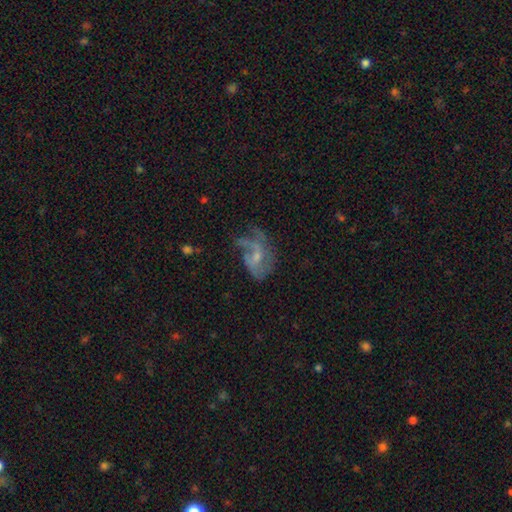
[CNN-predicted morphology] Smooth or featured? Predicted: featured or disk (p=0.69). Edge-on disk? Predicted: no (p=0.97). Bar? Predicted: no (p=0.51). Spiral arms? Predicted: yes (p=0.75). Spiral winding? Predicted: loose (p=0.50). Spiral arm count? Predicted: 2 (p=0.36). Bulge size? Predicted: small (p=0.53). Merging? Predicted: major disturbance (p=0.39).